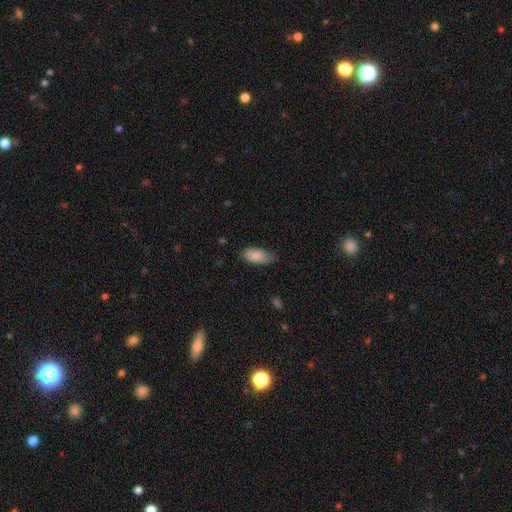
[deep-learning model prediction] Smooth or featured? smooth (85%)
How rounded? in between (92%)
Merging? none (64%)